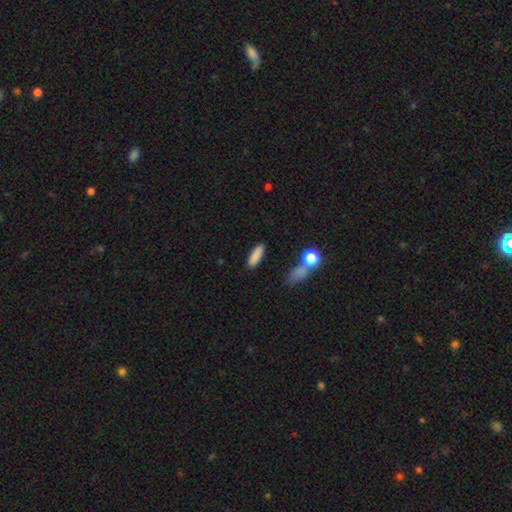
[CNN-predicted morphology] This is clearly a smooth galaxy (86%). How rounded: possibly cigar-shaped (50%). Merging: clearly none (82%).